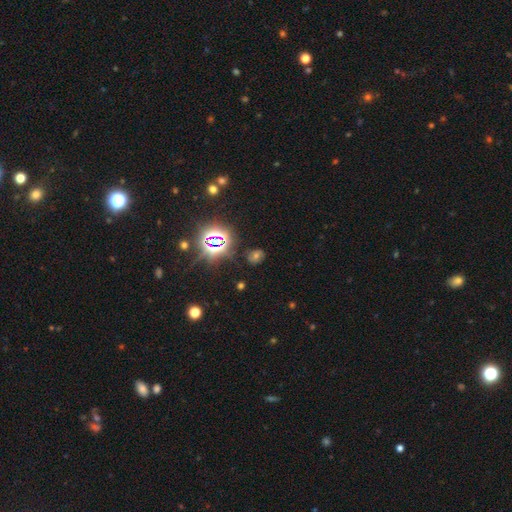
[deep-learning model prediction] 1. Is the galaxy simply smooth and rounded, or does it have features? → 60% star or artifact, 27% smooth, 12% featured or disk.